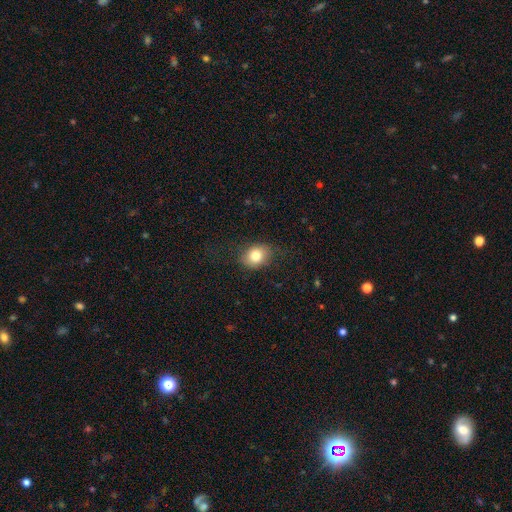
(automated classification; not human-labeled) smooth 81%, featured or disk 10%, star or artifact 9%. Down the decision tree: how rounded — in between (53%); merging — none (77%).